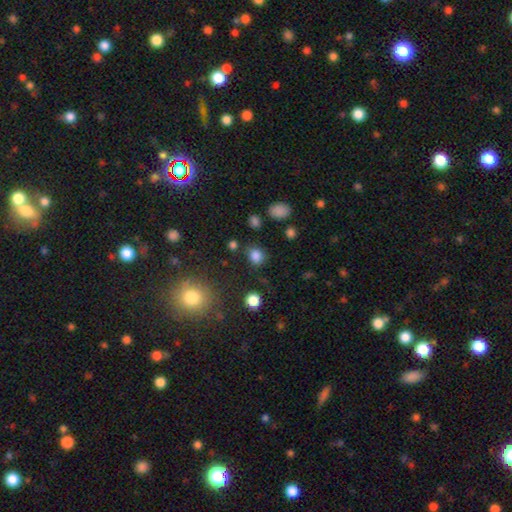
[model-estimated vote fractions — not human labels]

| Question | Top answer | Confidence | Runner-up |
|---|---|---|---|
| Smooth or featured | smooth | 81% | star or artifact (15%) |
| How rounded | round | 65% | in between (33%) |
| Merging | none | 77% | minor disturbance (14%) |